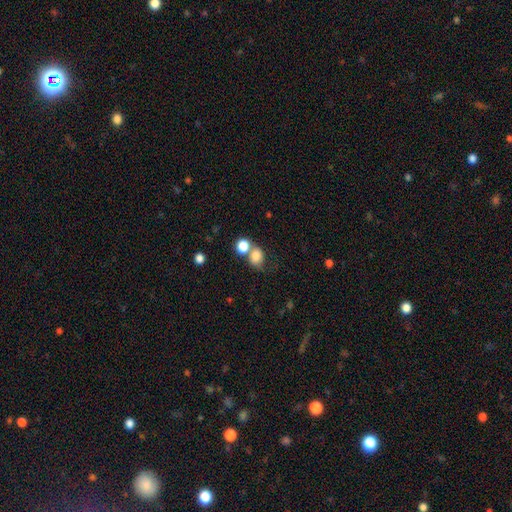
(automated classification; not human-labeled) smooth-or-featured: smooth: 79% | star or artifact: 11% | featured or disk: 10%
  how-rounded: round: 62% | in between: 37% | cigar-shaped: 1%
  merging: merger: 43% | none: 40% | minor disturbance: 11% | major disturbance: 6%